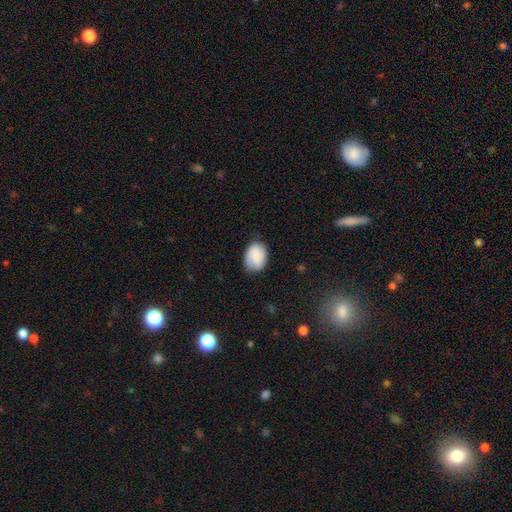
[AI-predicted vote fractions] Smooth or featured: smooth — 80% (featured or disk — 13%)
How rounded: in between — 70% (round — 29%)
Merging: none — 74% (minor disturbance — 21%)